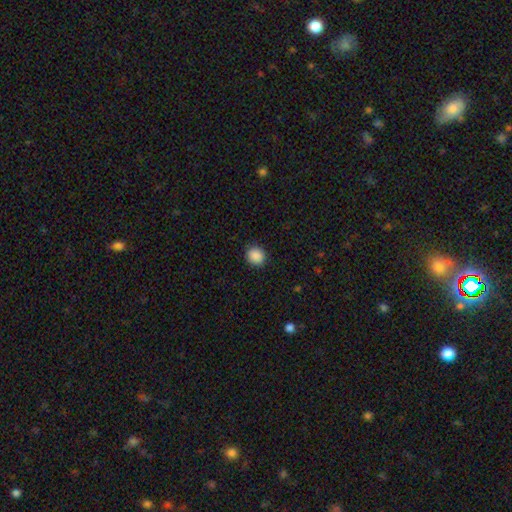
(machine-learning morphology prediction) smooth 89%, star or artifact 9%, featured or disk 2%. Down the decision tree: how rounded — round (85%); merging — none (91%).